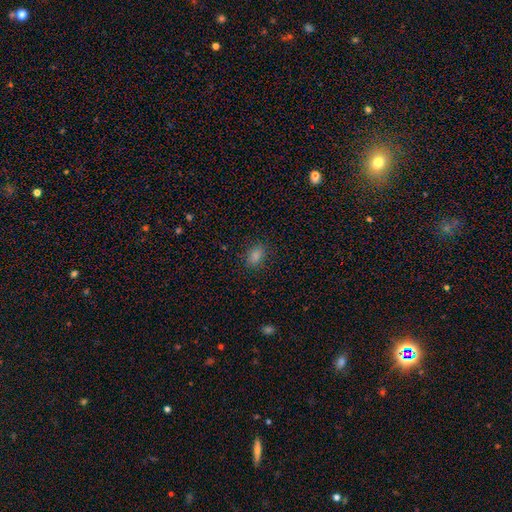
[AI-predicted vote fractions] Morphology: type=smooth (84%); roundness=in between (79%); merging=none (85%).